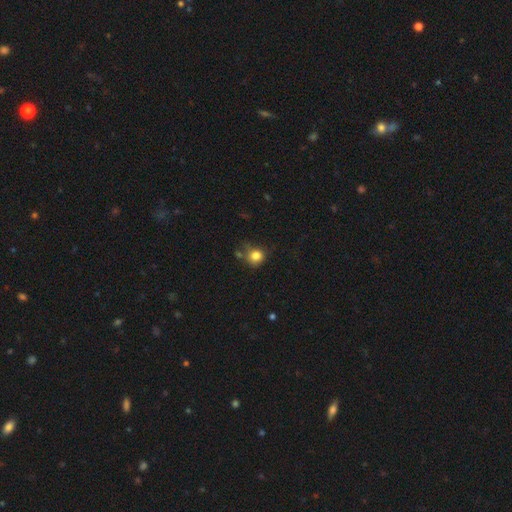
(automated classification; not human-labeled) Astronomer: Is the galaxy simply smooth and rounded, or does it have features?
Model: smooth — 82%.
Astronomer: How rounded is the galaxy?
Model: round — 83%.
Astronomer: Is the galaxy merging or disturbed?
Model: none — 59%.